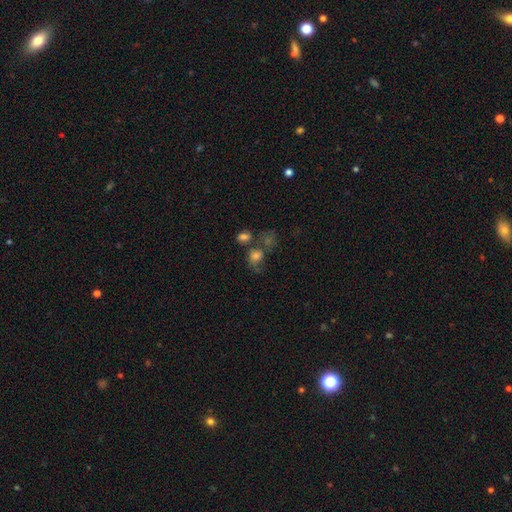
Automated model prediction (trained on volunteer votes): The model was most divided on "merging": none: 38%, merger: 31%, minor disturbance: 16%, major disturbance: 14%. More confident: smooth or featured — smooth (63%); how rounded — round (59%).